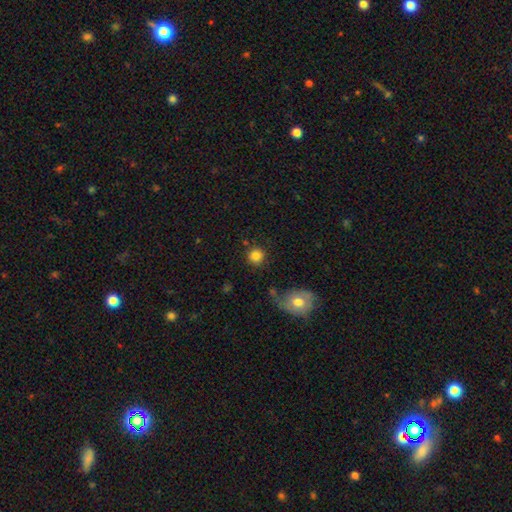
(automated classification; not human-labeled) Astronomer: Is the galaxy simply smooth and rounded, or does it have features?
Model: smooth — 84%.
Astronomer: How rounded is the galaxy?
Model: round — 92%.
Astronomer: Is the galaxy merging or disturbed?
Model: none — 82%.